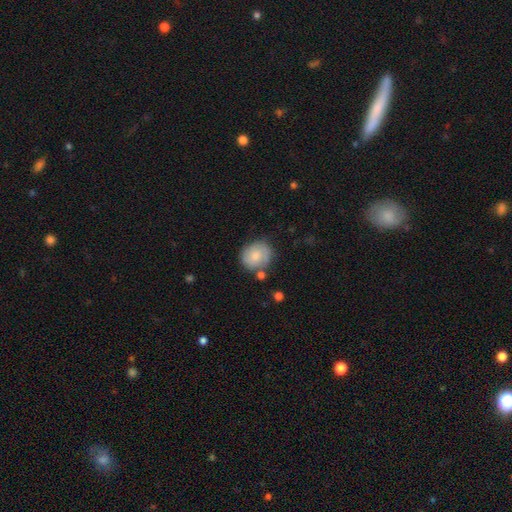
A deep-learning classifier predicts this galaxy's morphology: Smooth or featured?
  - smooth: 65% *
  - featured or disk: 28%
  - star or artifact: 7%
How rounded?
  - round: 74% *
  - in between: 25%
  - cigar-shaped: 1%
Merging?
  - none: 67% *
  - minor disturbance: 20%
  - merger: 8%
  - major disturbance: 6%